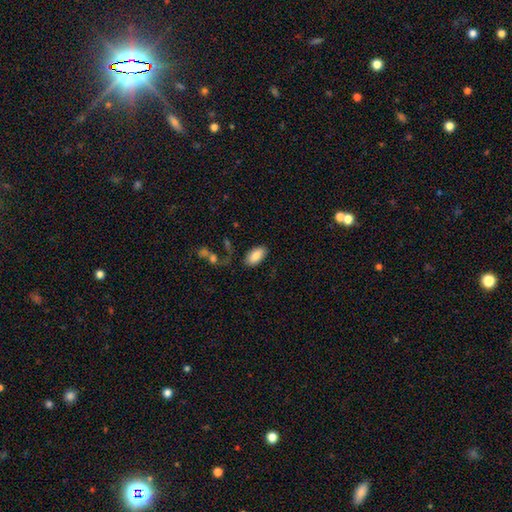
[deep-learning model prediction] smooth 85%, featured or disk 9%, star or artifact 7%. Down the decision tree: how rounded — in between (95%); merging — none (80%).